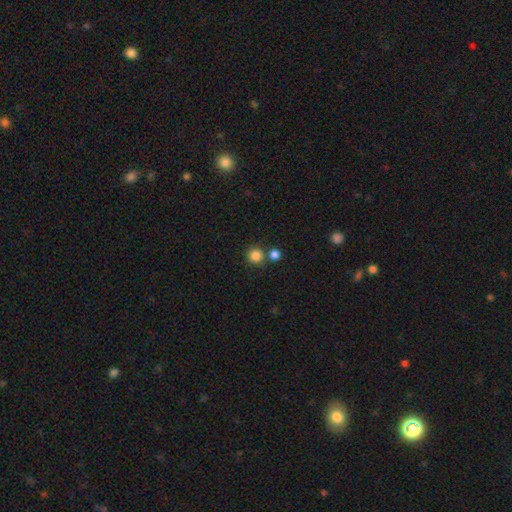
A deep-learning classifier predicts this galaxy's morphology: A smooth galaxy with no disk features (84%) that is round (94%). Merging: none (73%).